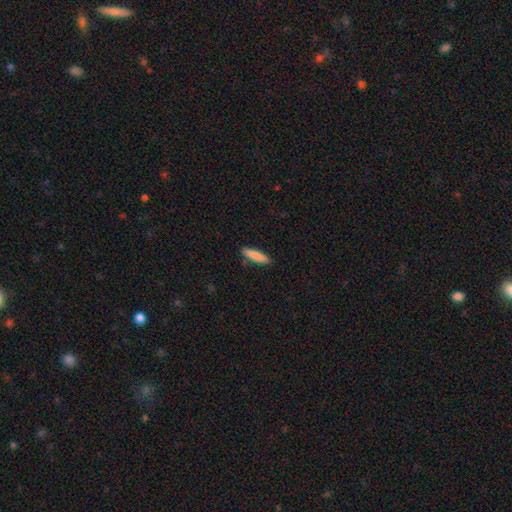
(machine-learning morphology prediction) This appears to be a smooth galaxy with no disk features (85%) that is cigar-shaped (73%). Merging: none (87%).